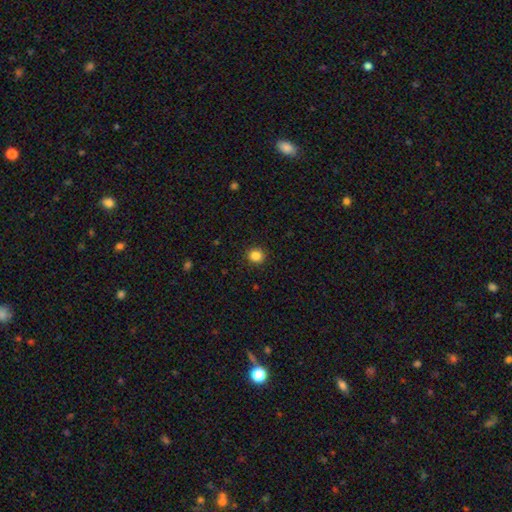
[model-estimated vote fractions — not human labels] Smooth or featured?
  - smooth: 85% *
  - star or artifact: 11%
  - featured or disk: 4%
How rounded?
  - round: 90% *
  - in between: 10%
  - cigar-shaped: 1%
Merging?
  - none: 92% *
  - minor disturbance: 5%
  - major disturbance: 2%
  - merger: 1%